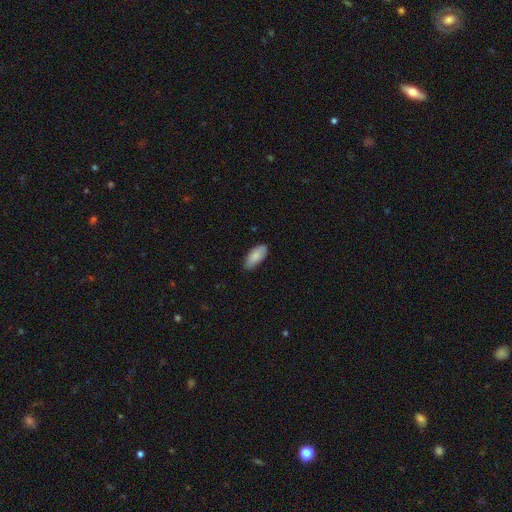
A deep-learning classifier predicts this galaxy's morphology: This is clearly a smooth galaxy (85%). How rounded: clearly in between (89%). Merging: likely none (79%).